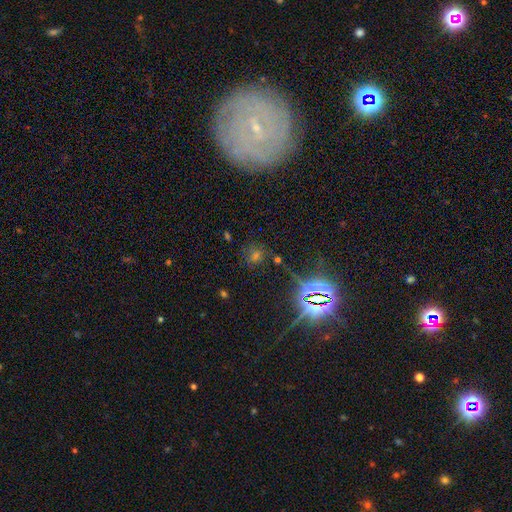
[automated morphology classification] Overall: star or artifact (56%; smooth 32%).